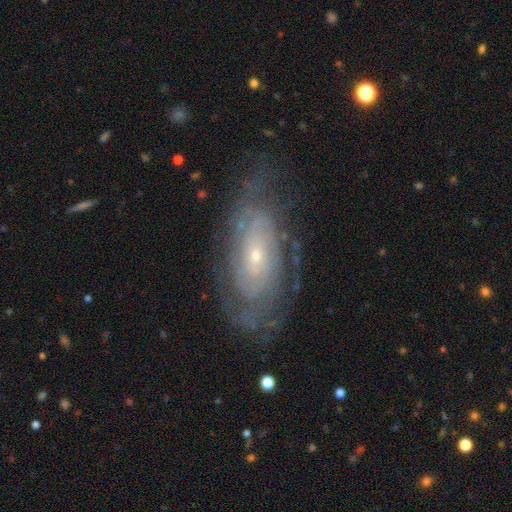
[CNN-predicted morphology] smooth-or-featured: featured or disk: 80% | smooth: 12% | star or artifact: 7%
  disk-edge-on: no: 92% | yes: 8%
    bar: no: 75% | weak: 19% | strong: 6%
    has-spiral-arms: yes: 89% | no: 11%
      spiral-winding: tight: 73% | medium: 21% | loose: 6%
      spiral-arm-count: can't tell: 51% | 2: 18% | 3: 10% | 4: 10% | more than 4: 7% | 1: 5%
    bulge-size: small: 78% | moderate: 19% | large: 2% | none: 1% | dominant: 1%
  merging: none: 73% | minor disturbance: 17% | major disturbance: 8% | merger: 1%